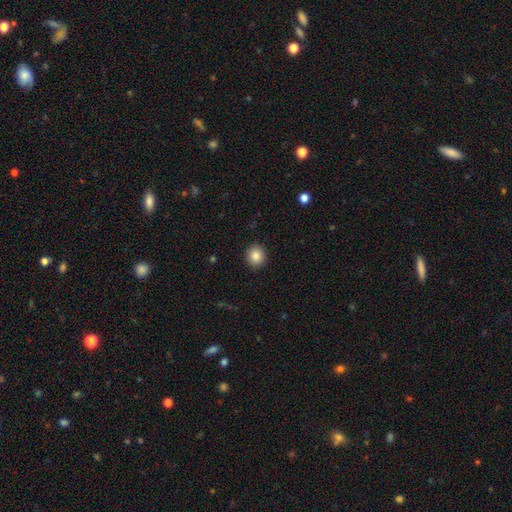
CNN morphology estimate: This appears to be a smooth galaxy with no disk features (86%) that is round (87%). Merging: none (91%).